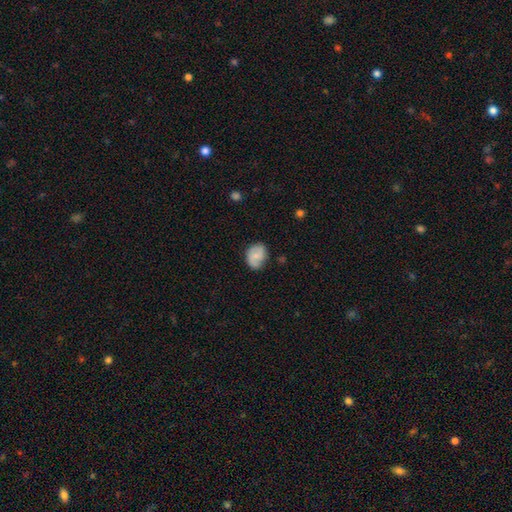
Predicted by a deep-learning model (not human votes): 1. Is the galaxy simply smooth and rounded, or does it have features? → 64% smooth, 28% featured or disk, 8% star or artifact.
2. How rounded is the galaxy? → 58% in between, 41% round, 1% cigar-shaped.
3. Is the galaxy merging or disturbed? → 67% none, 26% minor disturbance, 6% major disturbance, 2% merger.